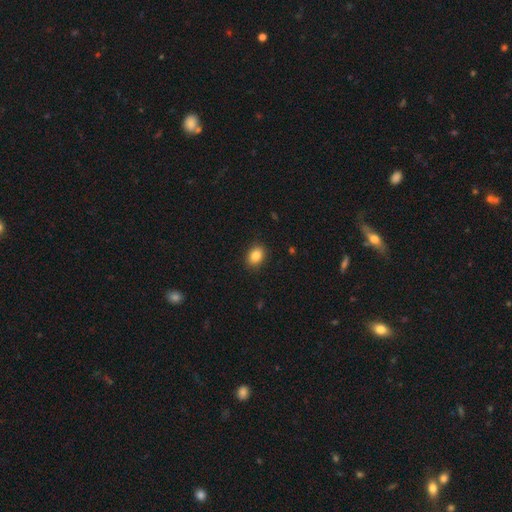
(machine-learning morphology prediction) A smooth galaxy with no disk features (85%) that is in between round and cigar-shaped (69%).

Vote fractions:
- Smooth or featured? smooth: 85% / star or artifact: 9% / featured or disk: 6%
- How rounded? in between: 69% / round: 30% / cigar-shaped: 1%
- Merging? none: 88% / minor disturbance: 9% / major disturbance: 2% / merger: 1%